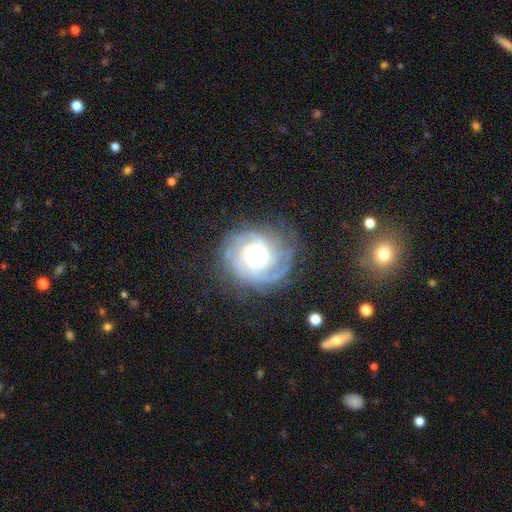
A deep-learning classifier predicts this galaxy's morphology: type=featured or disk (82%); edge-on=no (98%); bar=no (70%); spiral arms=yes (95%); winding=tight (58%); arm count=3 (27%); bulge=moderate (46%); merging=none (74%).